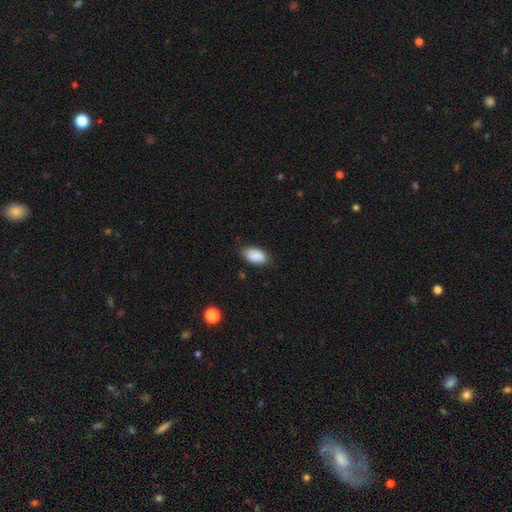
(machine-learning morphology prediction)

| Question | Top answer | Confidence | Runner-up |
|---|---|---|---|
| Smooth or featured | smooth | 89% | star or artifact (7%) |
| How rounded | in between | 94% | round (4%) |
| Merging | none | 80% | minor disturbance (16%) |